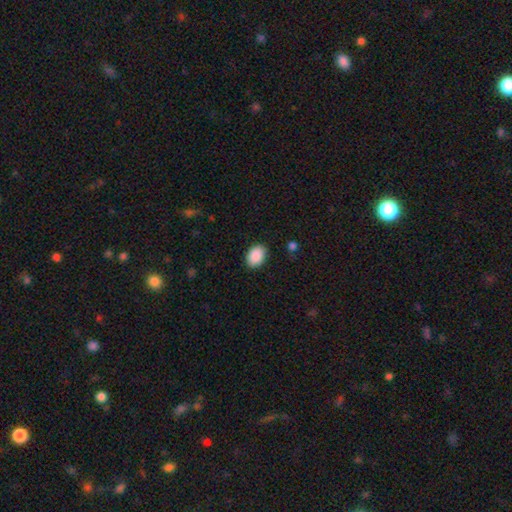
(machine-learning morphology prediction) This appears to be a smooth galaxy with no disk features (91%) that is in between round and cigar-shaped (80%). Merging: none (88%).